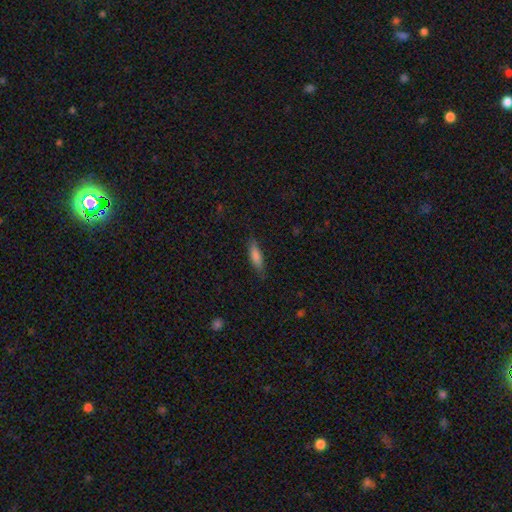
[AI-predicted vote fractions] smooth-or-featured: smooth: 75% | featured or disk: 18% | star or artifact: 7%
  how-rounded: cigar-shaped: 63% | in between: 35% | round: 2%
  merging: none: 80% | minor disturbance: 15% | major disturbance: 3% | merger: 1%